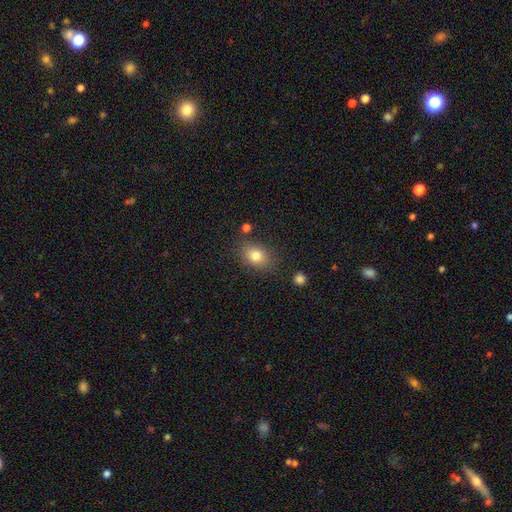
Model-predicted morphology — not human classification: Overall: smooth (80%). How rounded: in between (70%). Merging: none (79%).